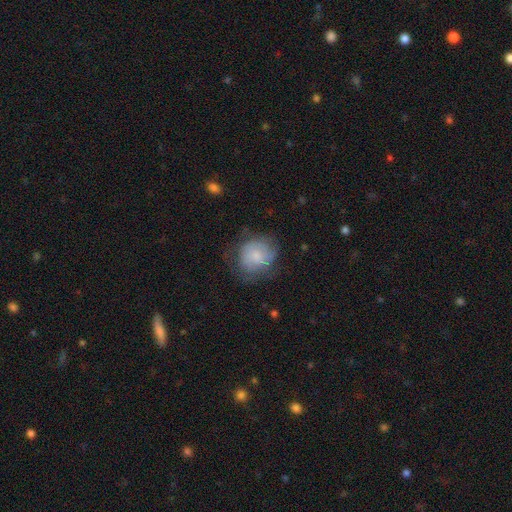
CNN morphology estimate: smooth_or_featured: smooth (p=0.56) [alt: featured or disk p=0.35]
how_rounded: round (p=0.76) [alt: in between p=0.23]
merging: none (p=0.59) [alt: minor disturbance p=0.25]